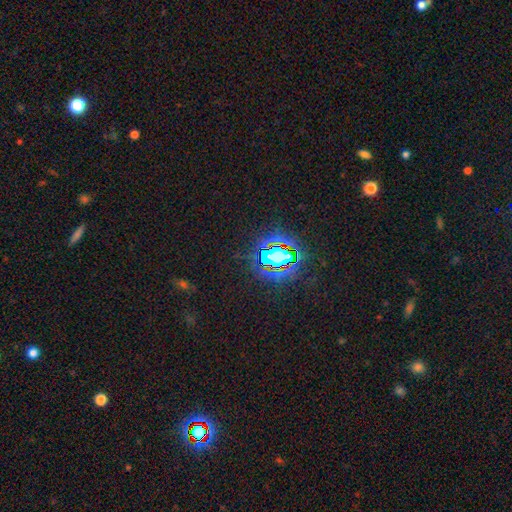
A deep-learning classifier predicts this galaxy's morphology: type=star or artifact (80%).